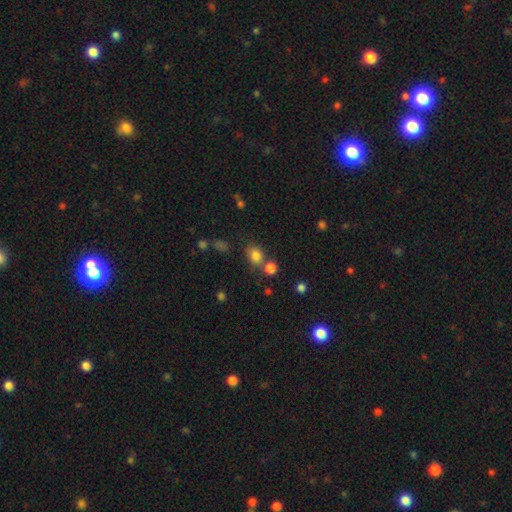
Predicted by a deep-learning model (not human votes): Smooth or featured: smooth — 80% (star or artifact — 14%)
How rounded: round — 54% (in between — 45%)
Merging: none — 62% (merger — 22%)